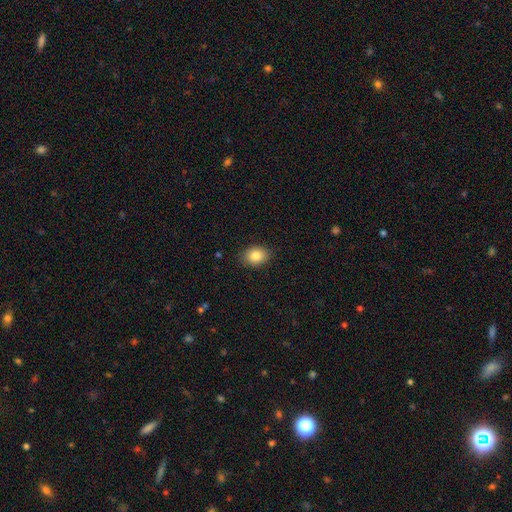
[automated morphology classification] type=smooth (85%); roundness=in between (67%); merging=none (87%).